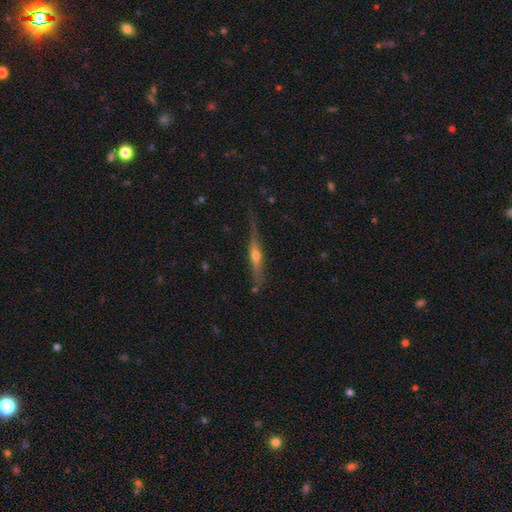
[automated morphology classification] A featured or disk galaxy (65%) viewed edge-on (93%) with a rounded central bulge (85%).

Vote fractions:
- Smooth or featured? featured or disk: 65% / smooth: 29% / star or artifact: 7%
- Edge-on disk? yes: 93% / no: 7%
- Edge-on bulge? rounded: 85% / none: 10% / boxy: 5%
- Merging? none: 66% / minor disturbance: 24% / major disturbance: 7% / merger: 3%